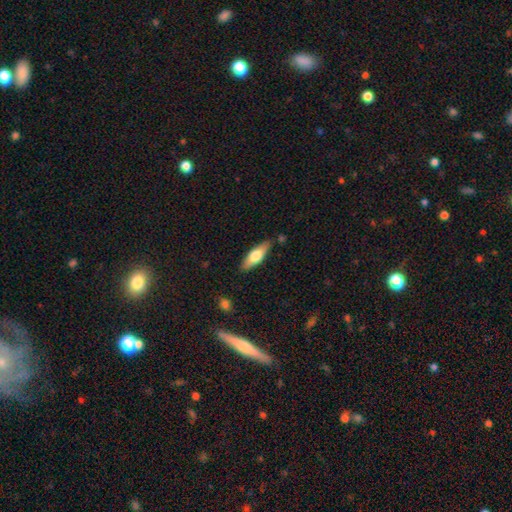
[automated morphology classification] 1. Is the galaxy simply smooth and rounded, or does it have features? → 60% smooth, 34% featured or disk, 6% star or artifact.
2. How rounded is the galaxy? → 55% in between, 43% cigar-shaped, 2% round.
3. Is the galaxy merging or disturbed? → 84% none, 12% minor disturbance, 2% major disturbance, 2% merger.